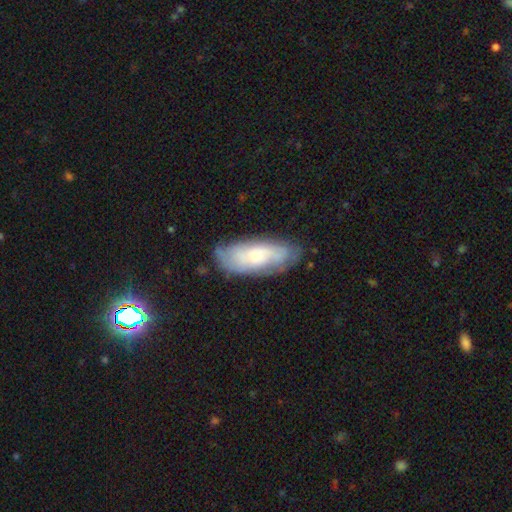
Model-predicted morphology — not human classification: Smooth or featured? Predicted: featured or disk (p=0.48). Merging? Predicted: none (p=0.72).